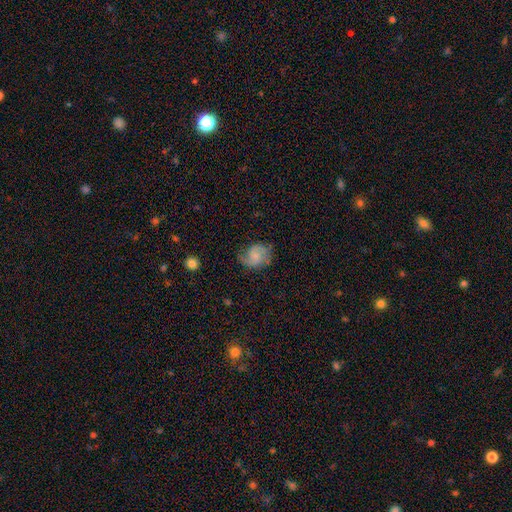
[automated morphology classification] type=featured or disk (53%); edge-on=no (98%); bar=no (62%); spiral arms=yes (91%); bulge=none (42%); merging=none (62%).